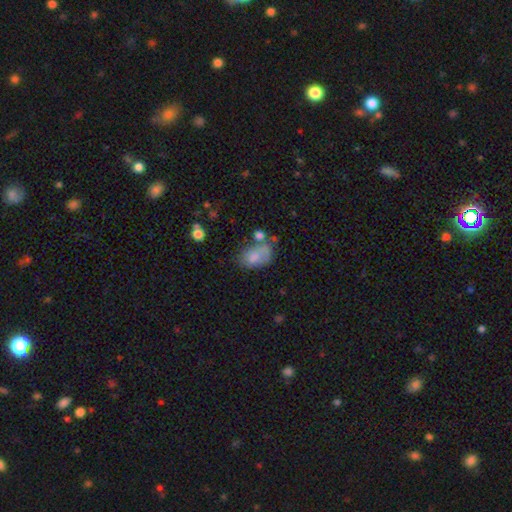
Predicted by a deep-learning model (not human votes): Smooth or featured? smooth (61%)
How rounded? in between (85%)
Merging? none (37%)